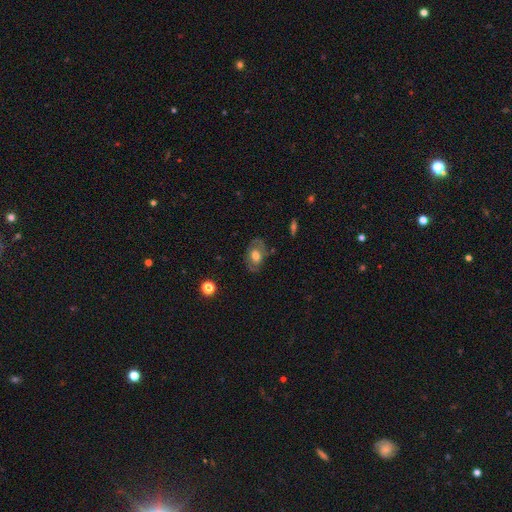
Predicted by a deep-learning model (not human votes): featured or disk 49%, smooth 43%, star or artifact 8%. Down the decision tree: merging — none (76%).